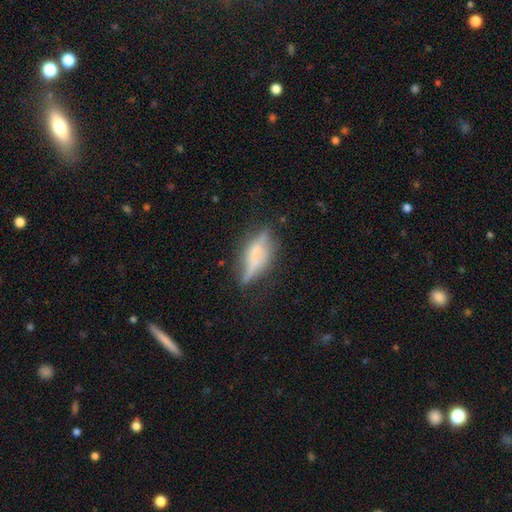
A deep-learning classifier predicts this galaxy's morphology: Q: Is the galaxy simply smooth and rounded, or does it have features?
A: featured or disk — 59%.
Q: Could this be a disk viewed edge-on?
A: yes — 80%.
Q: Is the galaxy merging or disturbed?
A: none — 56%.